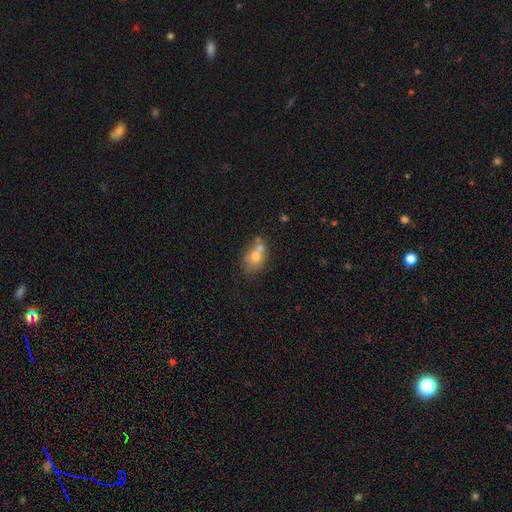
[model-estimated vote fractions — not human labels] Q: Smooth or featured?
A: smooth (68%); runner-up: featured or disk (20%)
Q: How rounded?
A: in between (66%); runner-up: round (32%)
Q: Merging?
A: merger (40%); runner-up: none (38%)